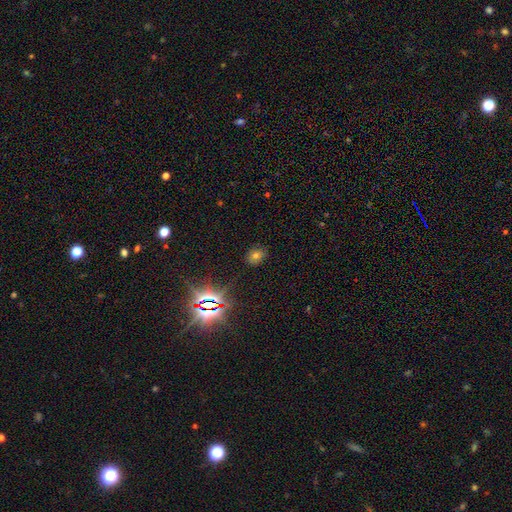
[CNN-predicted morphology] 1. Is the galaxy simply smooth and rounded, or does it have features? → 53% smooth, 36% star or artifact, 11% featured or disk.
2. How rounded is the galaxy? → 51% in between, 48% round, 1% cigar-shaped.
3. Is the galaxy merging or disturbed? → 86% none, 10% minor disturbance, 3% major disturbance, 1% merger.